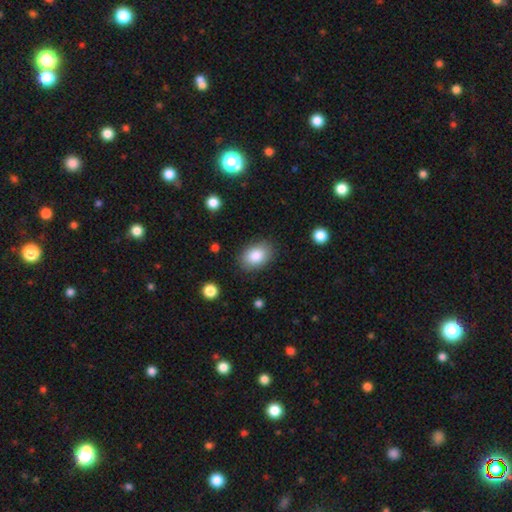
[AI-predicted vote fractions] Q: Smooth or featured?
A: smooth (85%); runner-up: featured or disk (8%)
Q: How rounded?
A: in between (83%); runner-up: round (16%)
Q: Merging?
A: none (85%); runner-up: minor disturbance (11%)